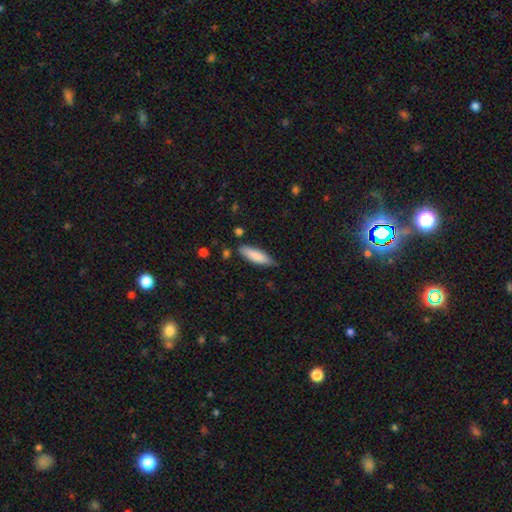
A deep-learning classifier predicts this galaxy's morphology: Overall: smooth (84%). How rounded: cigar-shaped (52%; in between 46%). Merging: none (76%).